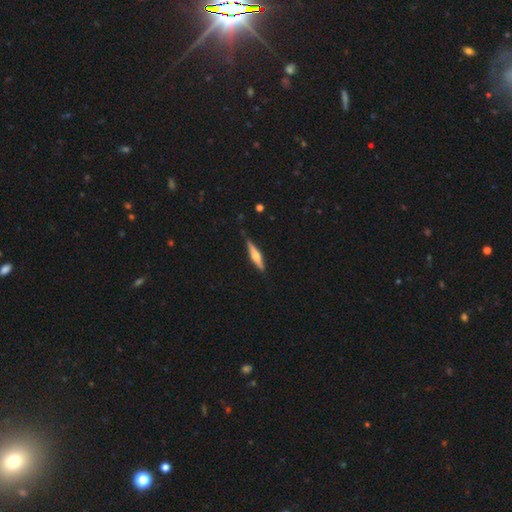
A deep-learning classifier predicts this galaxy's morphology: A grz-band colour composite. It shows a featured or disk galaxy (62%) viewed edge-on (97%) with a rounded central bulge (88%). Merging: none (84%).